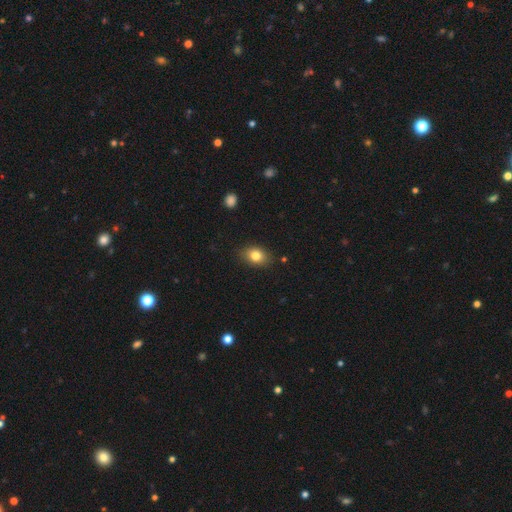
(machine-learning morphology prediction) Smooth or featured?
  - smooth: 81% *
  - star or artifact: 9%
  - featured or disk: 9%
How rounded?
  - in between: 72% *
  - round: 27%
  - cigar-shaped: 1%
Merging?
  - none: 84% *
  - minor disturbance: 12%
  - major disturbance: 3%
  - merger: 1%